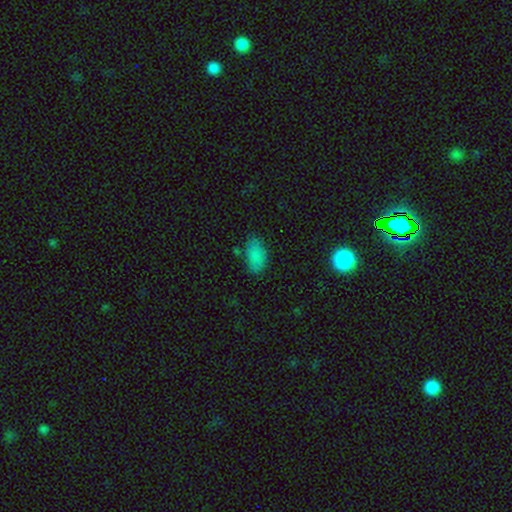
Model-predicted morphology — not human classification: smooth 84%, star or artifact 11%, featured or disk 6%. Down the decision tree: how rounded — in between (93%); merging — none (73%).